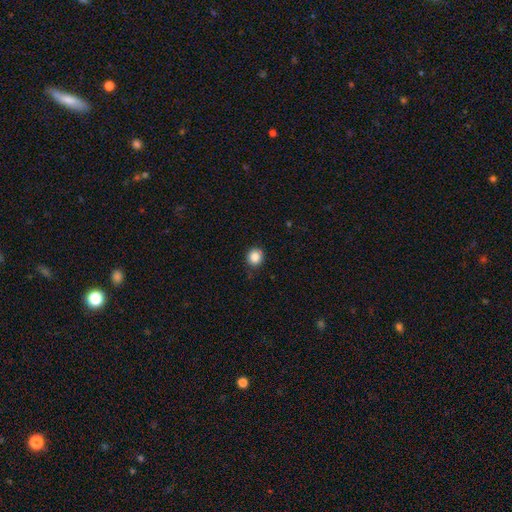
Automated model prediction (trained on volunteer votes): Smooth or featured?
  - smooth: 86% *
  - star or artifact: 10%
  - featured or disk: 4%
How rounded?
  - round: 89% *
  - in between: 10%
  - cigar-shaped: 1%
Merging?
  - none: 85% *
  - minor disturbance: 11%
  - major disturbance: 2%
  - merger: 1%